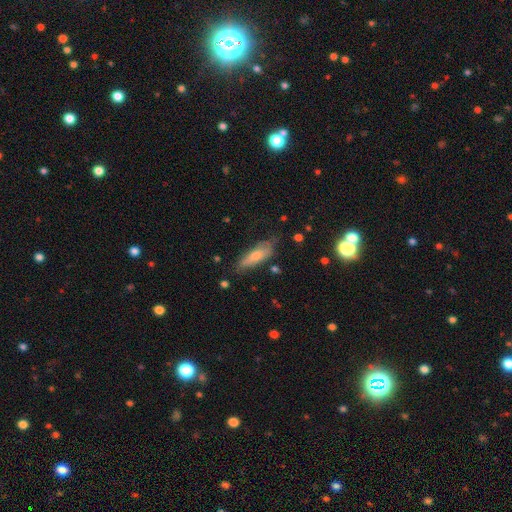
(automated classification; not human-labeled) Smooth or featured? smooth (59%)
How rounded? cigar-shaped (58%)
Merging? none (71%)